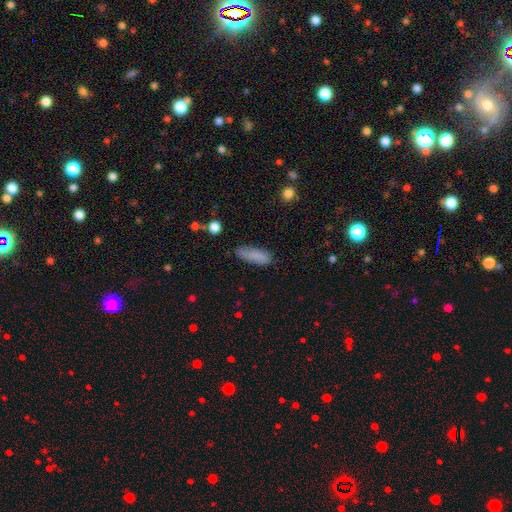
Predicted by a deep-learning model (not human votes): This appears to be a smooth galaxy with no disk features (84%) that is in between round and cigar-shaped (61%). Merging: none (77%).